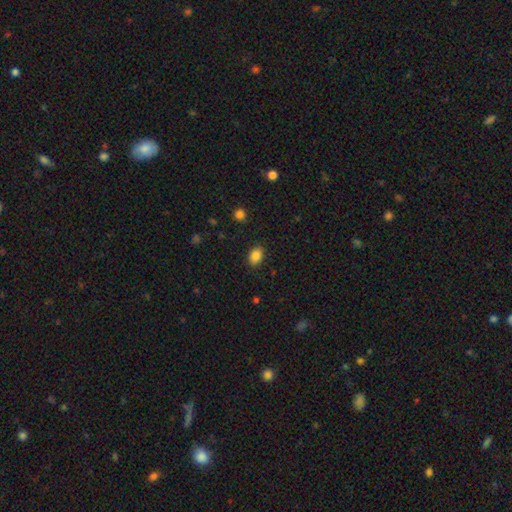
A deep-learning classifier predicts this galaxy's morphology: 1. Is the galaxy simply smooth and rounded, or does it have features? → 86% smooth, 9% star or artifact, 5% featured or disk.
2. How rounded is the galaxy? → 75% in between, 24% round, 1% cigar-shaped.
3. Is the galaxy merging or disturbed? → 87% none, 10% minor disturbance, 3% major disturbance, 1% merger.